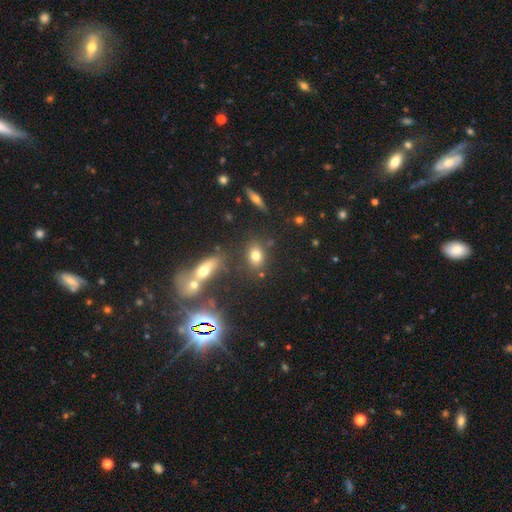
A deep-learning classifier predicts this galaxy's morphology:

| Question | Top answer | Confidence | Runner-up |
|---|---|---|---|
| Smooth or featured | smooth | 75% | star or artifact (13%) |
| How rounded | in between | 69% | round (28%) |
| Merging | none | 75% | minor disturbance (12%) |